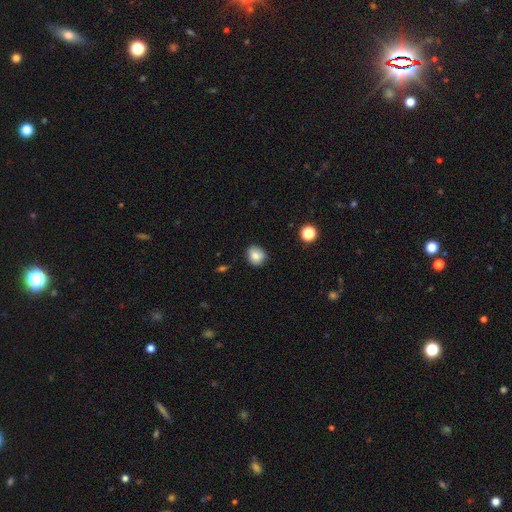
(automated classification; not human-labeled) smooth 82%, star or artifact 10%, featured or disk 8%. Down the decision tree: how rounded — round (76%); merging — none (83%).